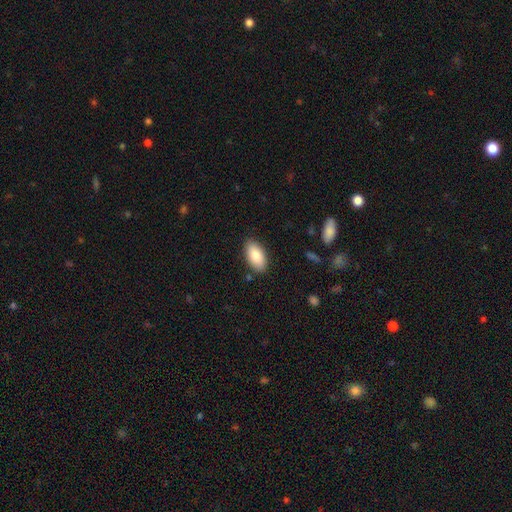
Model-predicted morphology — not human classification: Smooth or featured? smooth (84%)
How rounded? in between (94%)
Merging? none (87%)